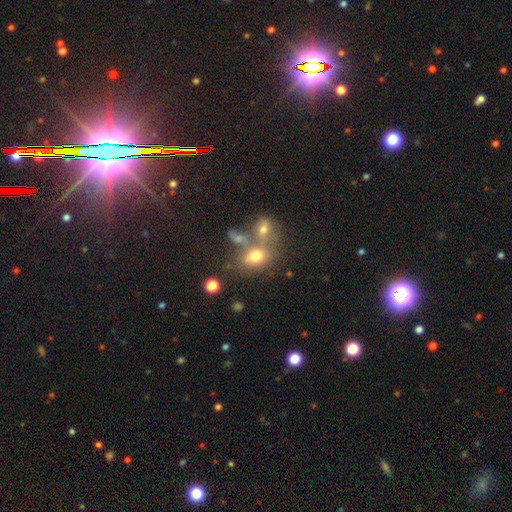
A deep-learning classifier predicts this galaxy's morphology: Q: Smooth or featured?
A: smooth (70%); runner-up: featured or disk (16%)
Q: How rounded?
A: in between (54%); runner-up: round (45%)
Q: Merging?
A: merger (43%); runner-up: none (37%)